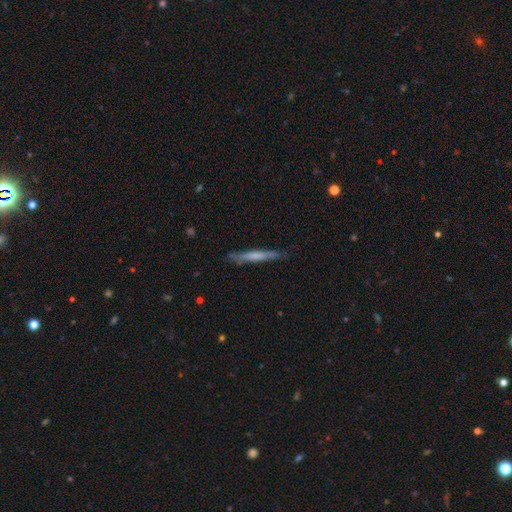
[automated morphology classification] Smooth or featured?
  - smooth: 55% *
  - featured or disk: 39%
  - star or artifact: 6%
How rounded?
  - cigar-shaped: 95% *
  - in between: 4%
  - round: 1%
Merging?
  - none: 81% *
  - minor disturbance: 14%
  - major disturbance: 3%
  - merger: 2%